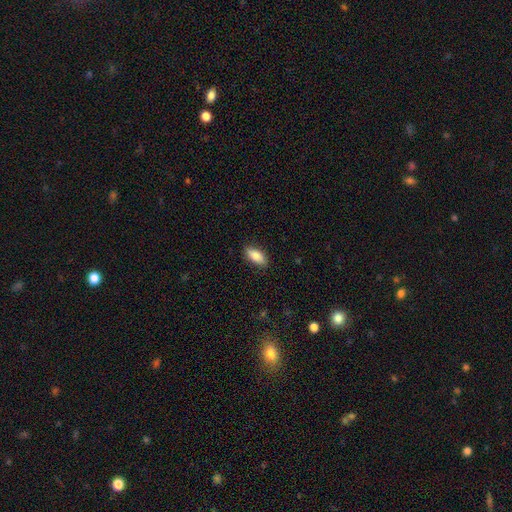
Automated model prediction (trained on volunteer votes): The model was most divided on "how rounded": in between: 85%, cigar-shaped: 13%, round: 3%. More confident: merging — none (86%); smooth or featured — smooth (83%).